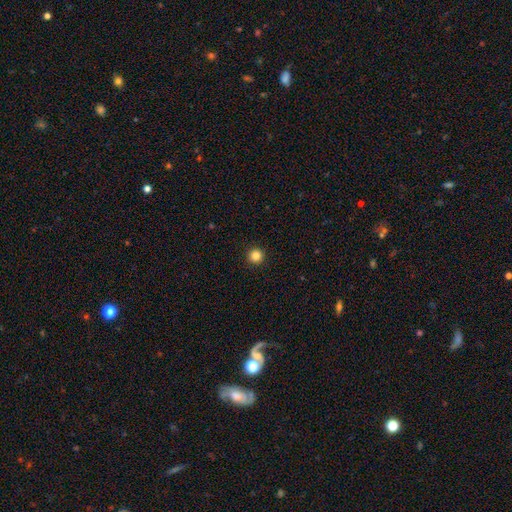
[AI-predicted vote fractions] The model was most divided on "smooth or featured": smooth: 85%, star or artifact: 11%, featured or disk: 4%. More confident: how rounded — round (96%); merging — none (94%).